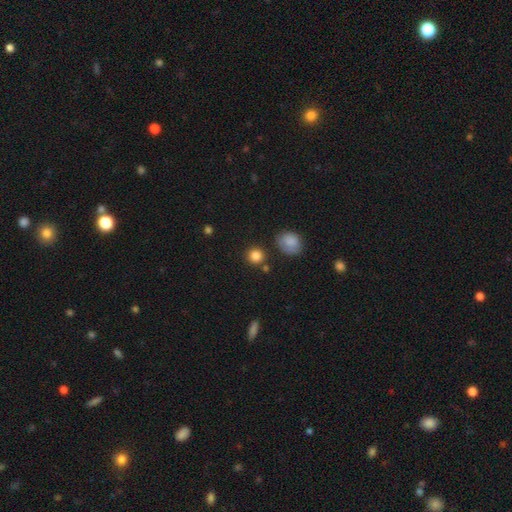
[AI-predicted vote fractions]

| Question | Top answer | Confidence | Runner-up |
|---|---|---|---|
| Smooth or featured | smooth | 84% | star or artifact (11%) |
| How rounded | round | 89% | in between (10%) |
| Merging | none | 81% | minor disturbance (10%) |